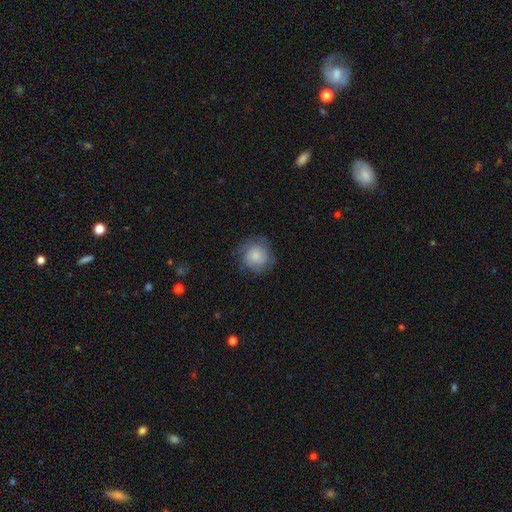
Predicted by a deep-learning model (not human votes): The model was most divided on "smooth or featured": smooth: 69%, featured or disk: 23%, star or artifact: 8%. More confident: how rounded — round (91%); merging — none (75%).